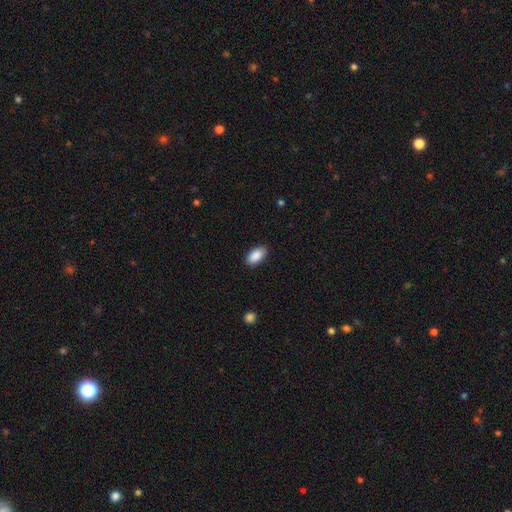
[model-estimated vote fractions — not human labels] This appears to be a smooth galaxy with no disk features (90%) that is in between round and cigar-shaped (94%). Merging: none (87%).